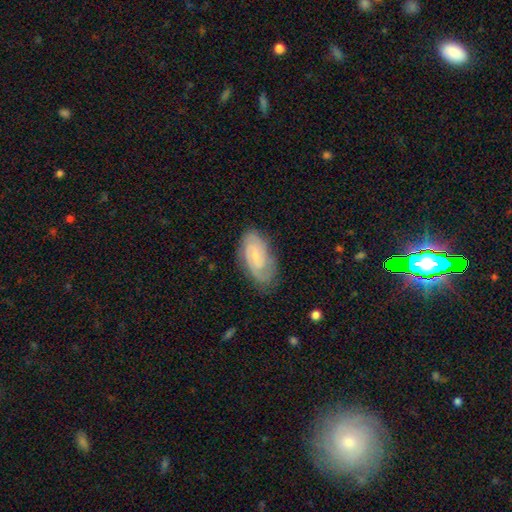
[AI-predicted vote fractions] Smooth or featured? Predicted: featured or disk (p=0.74). Edge-on disk? Predicted: no (p=0.96). Bar? Predicted: no (p=0.55). Spiral arms? Predicted: yes (p=0.94). Spiral winding? Predicted: tight (p=0.56). Spiral arm count? Predicted: 2 (p=0.59). Bulge size? Predicted: small (p=0.74). Merging? Predicted: none (p=0.75).